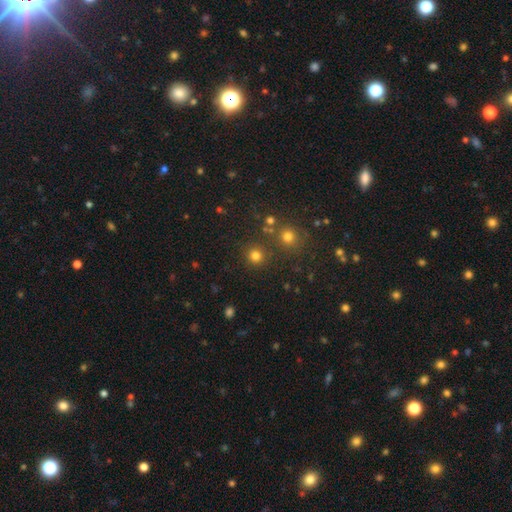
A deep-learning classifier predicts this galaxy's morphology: Overall: smooth (78%). How rounded: round (93%). Merging: none (84%).